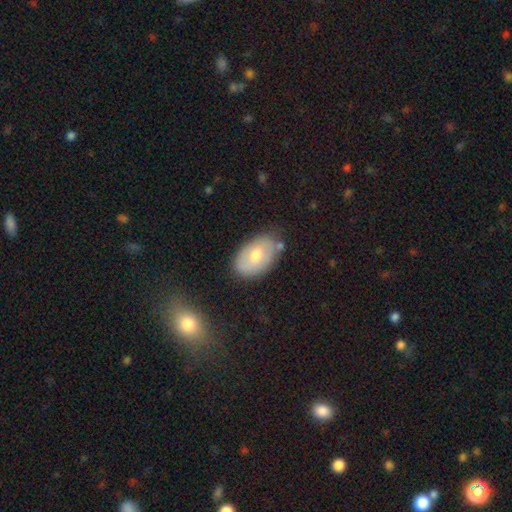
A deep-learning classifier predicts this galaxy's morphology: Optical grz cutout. It shows a smooth galaxy with no disk features (62%) that is in between round and cigar-shaped (91%). Merging: none (73%).